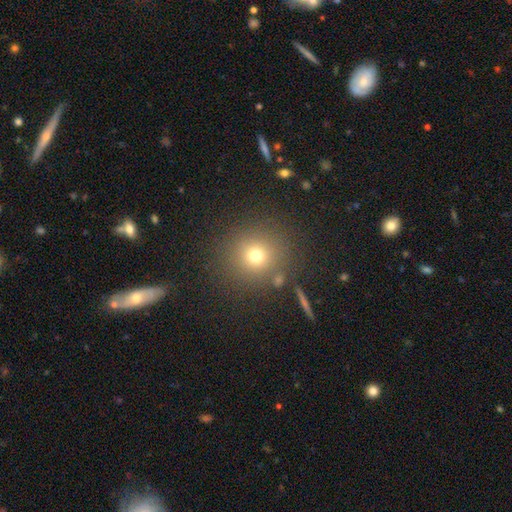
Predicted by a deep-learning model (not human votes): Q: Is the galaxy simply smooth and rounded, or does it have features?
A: smooth — 71%.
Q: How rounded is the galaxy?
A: round — 92%.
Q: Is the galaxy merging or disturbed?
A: none — 84%.